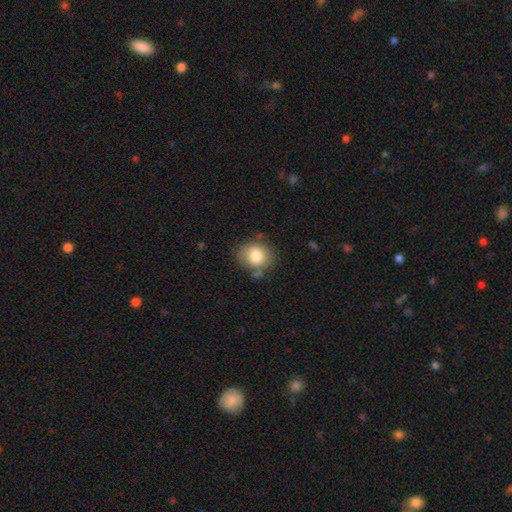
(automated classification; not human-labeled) A smooth galaxy with no disk features (80%) that is round (70%).

Vote fractions:
- Smooth or featured? smooth: 80% / featured or disk: 11% / star or artifact: 9%
- How rounded? round: 70% / in between: 29% / cigar-shaped: 1%
- Merging? none: 72% / minor disturbance: 18% / merger: 5% / major disturbance: 5%